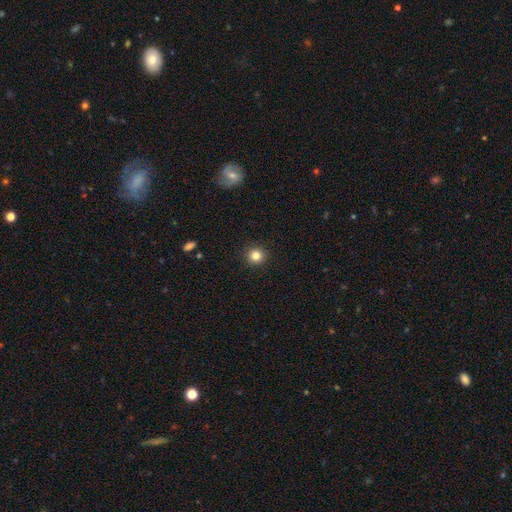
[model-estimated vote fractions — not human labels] Morphology: type=smooth (83%); roundness=round (94%); merging=none (92%).